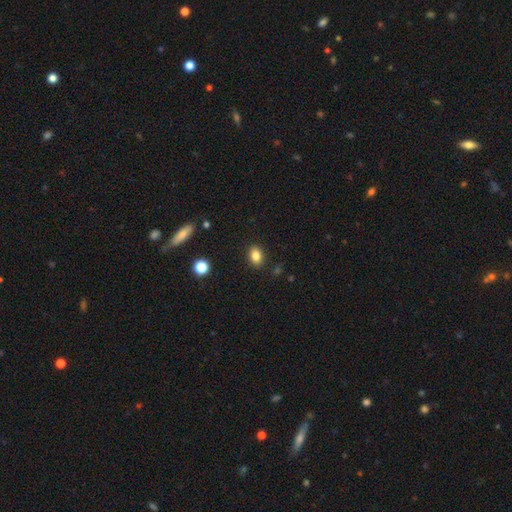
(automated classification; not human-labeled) The model was most divided on "how rounded": in between: 77%, round: 22%, cigar-shaped: 1%. More confident: merging — none (88%); smooth or featured — smooth (83%).